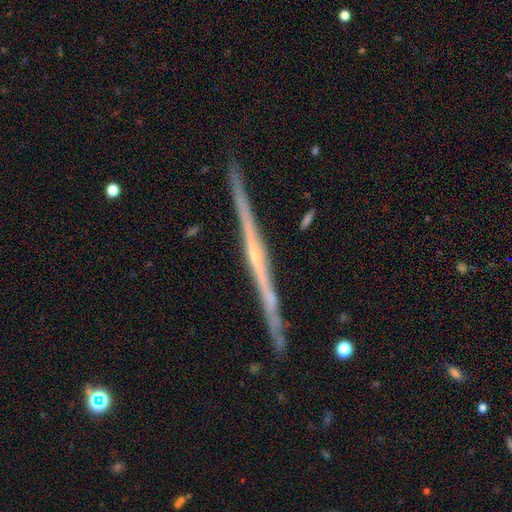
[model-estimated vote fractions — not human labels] This appears to be a featured or disk galaxy (83%) viewed edge-on (98%) with no central bulge (47%). Merging: none (91%).